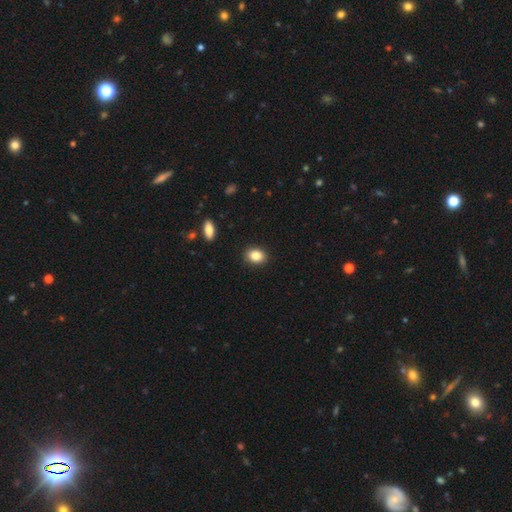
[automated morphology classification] The model was most divided on "how rounded": in between: 59%, round: 39%, cigar-shaped: 1%. More confident: merging — none (90%); smooth or featured — smooth (85%).